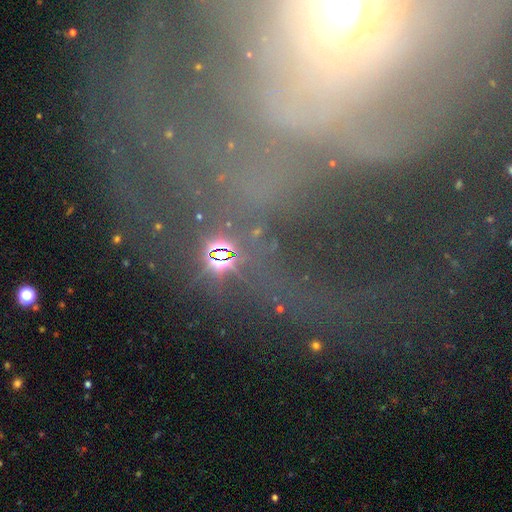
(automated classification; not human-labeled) smooth_or_featured: featured or disk (p=0.58) [alt: star or artifact p=0.25]
disk_edge_on: no (p=0.88) [alt: yes p=0.12]
bar: no (p=0.51) [alt: weak p=0.25]
has_spiral_arms: yes (p=0.61) [alt: no p=0.39]
bulge_size: moderate (p=0.44) [alt: small p=0.36]
merging: none (p=0.48) [alt: major disturbance p=0.28]